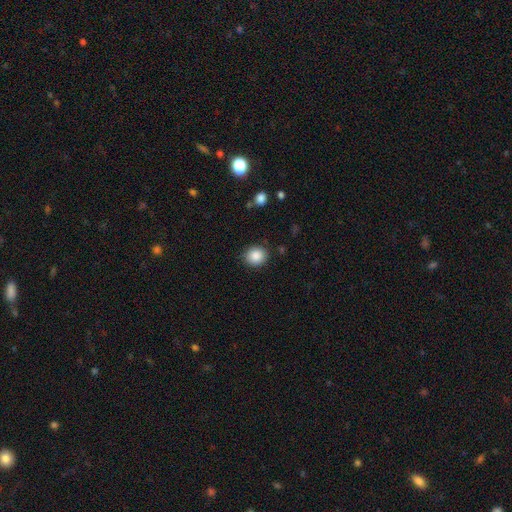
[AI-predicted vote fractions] smooth_or_featured: smooth (p=0.87) [alt: star or artifact p=0.09]
how_rounded: round (p=0.80) [alt: in between p=0.19]
merging: none (p=0.87) [alt: minor disturbance p=0.09]